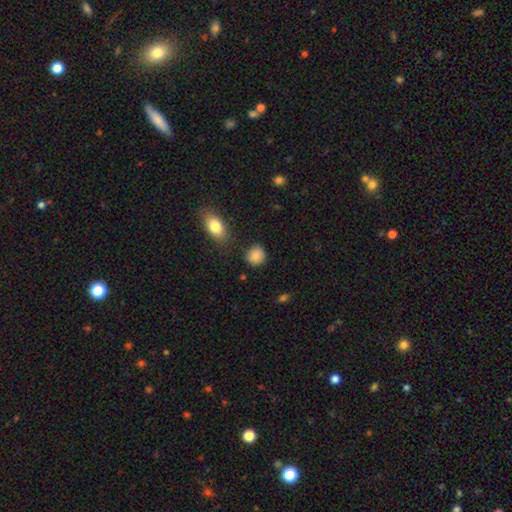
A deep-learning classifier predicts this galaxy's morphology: Smooth or featured? smooth (87%)
How rounded? round (79%)
Merging? none (80%)